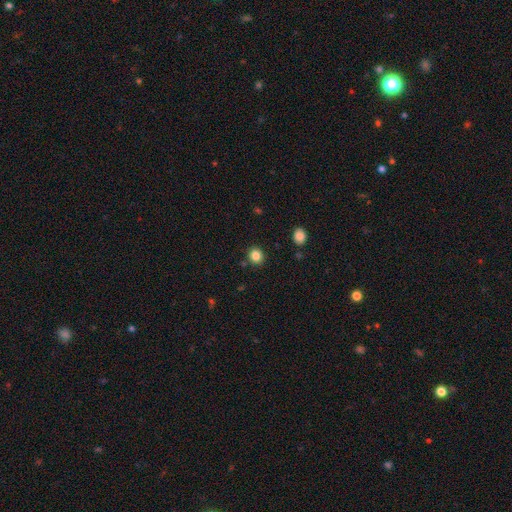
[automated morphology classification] smooth 85%, star or artifact 11%, featured or disk 5%. Down the decision tree: how rounded — round (81%); merging — none (88%).